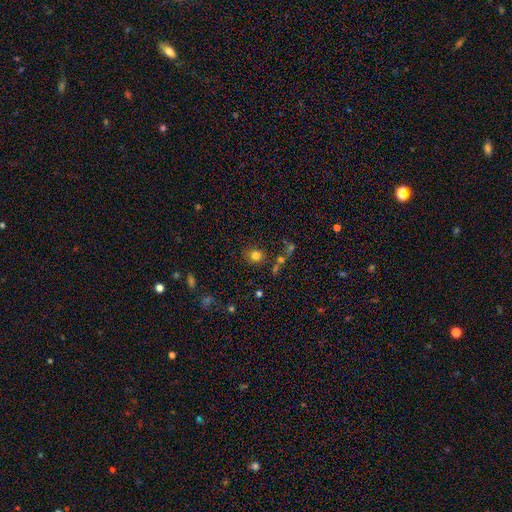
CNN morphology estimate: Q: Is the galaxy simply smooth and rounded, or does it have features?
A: smooth — 79%.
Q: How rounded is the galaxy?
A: round — 84%.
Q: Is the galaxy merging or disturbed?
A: none — 79%.